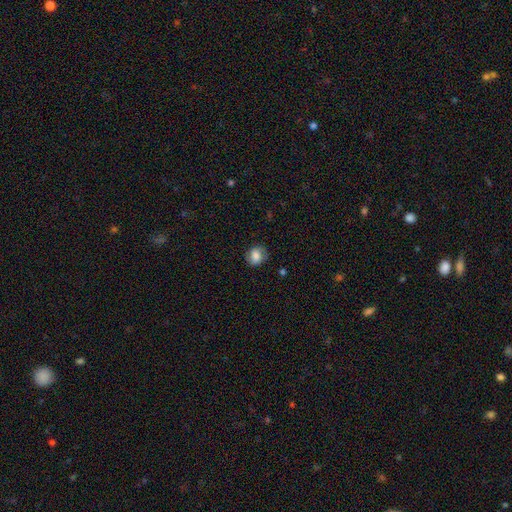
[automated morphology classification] A smooth galaxy with no disk features (75%) that is round (64%). Merging: none (79%).